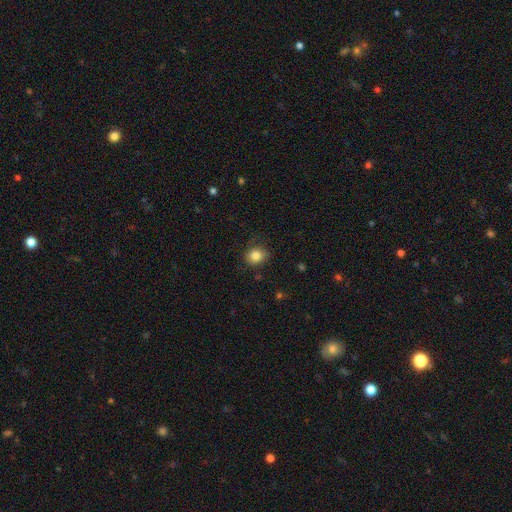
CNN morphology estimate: A smooth galaxy with no disk features (84%) that is round (73%).

Vote fractions:
- Smooth or featured? smooth: 84% / star or artifact: 10% / featured or disk: 6%
- How rounded? round: 73% / in between: 26% / cigar-shaped: 1%
- Merging? none: 76% / minor disturbance: 18% / major disturbance: 5% / merger: 1%